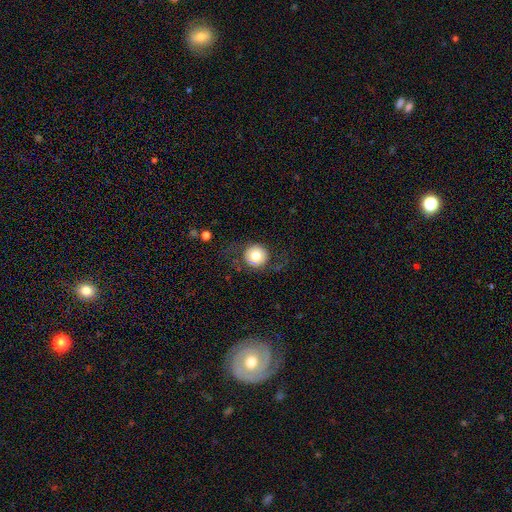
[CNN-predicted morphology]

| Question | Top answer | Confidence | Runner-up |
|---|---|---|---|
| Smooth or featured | smooth | 68% | featured or disk (23%) |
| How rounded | round | 94% | in between (5%) |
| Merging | none | 74% | major disturbance (13%) |